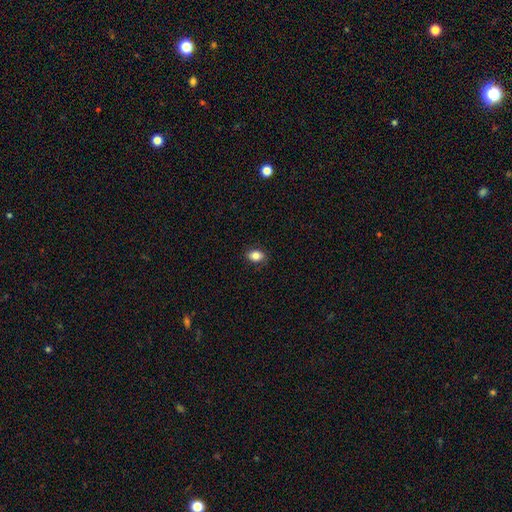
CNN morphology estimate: type=smooth (83%); roundness=in between (75%); merging=none (86%).